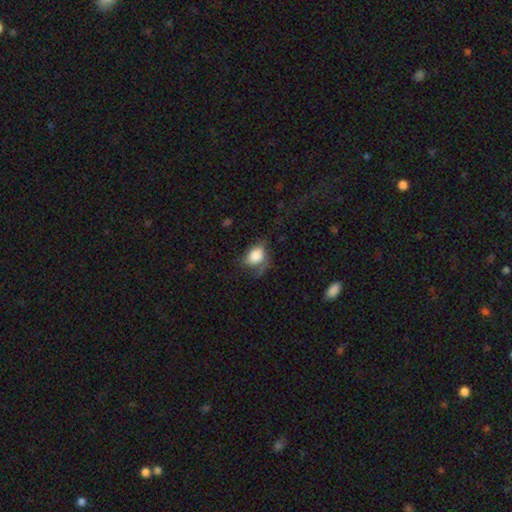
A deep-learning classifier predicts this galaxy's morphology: Overall: smooth (78%). How rounded: in between (76%). Merging: none (40%; minor disturbance 33%).